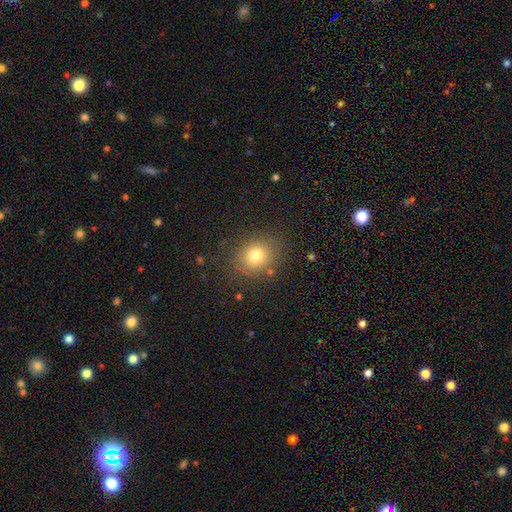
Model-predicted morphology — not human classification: A smooth galaxy with no disk features (76%) that is round (71%).

Vote fractions:
- Smooth or featured? smooth: 76% / star or artifact: 14% / featured or disk: 10%
- How rounded? round: 71% / in between: 28% / cigar-shaped: 1%
- Merging? none: 82% / minor disturbance: 11% / major disturbance: 4% / merger: 2%